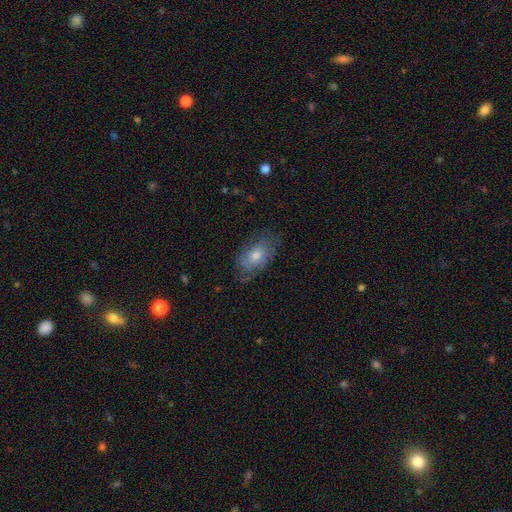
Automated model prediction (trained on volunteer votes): This is possibly a smooth galaxy (50%). Merging: likely none (68%).